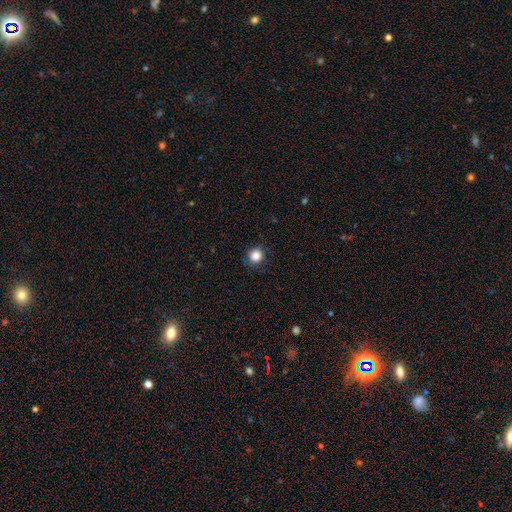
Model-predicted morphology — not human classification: Overall: smooth (85%). How rounded: round (91%). Merging: none (88%).